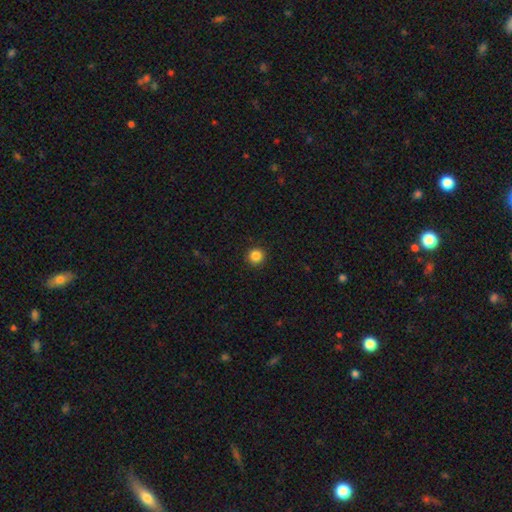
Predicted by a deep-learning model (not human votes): The model was most divided on "smooth or featured": smooth: 85%, star or artifact: 11%, featured or disk: 3%. More confident: how rounded — round (95%); merging — none (92%).